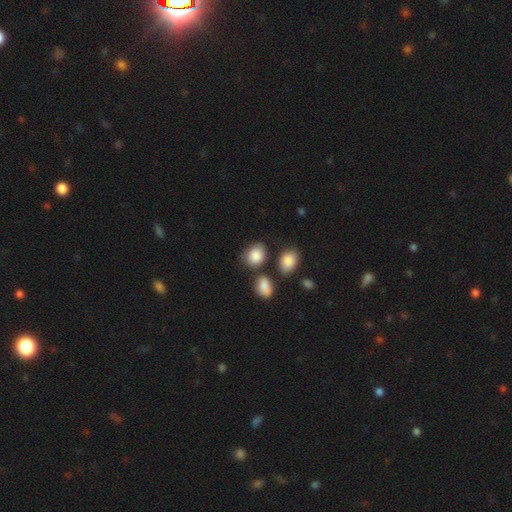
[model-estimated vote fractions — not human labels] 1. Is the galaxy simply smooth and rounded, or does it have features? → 87% smooth, 7% star or artifact, 6% featured or disk.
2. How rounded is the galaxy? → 61% in between, 37% round, 1% cigar-shaped.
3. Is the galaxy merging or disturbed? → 63% none, 18% minor disturbance, 14% merger, 5% major disturbance.